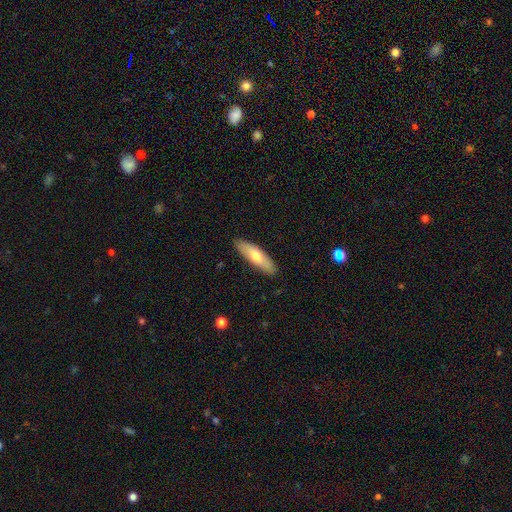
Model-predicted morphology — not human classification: Smooth or featured? smooth (64%)
How rounded? cigar-shaped (58%)
Merging? none (88%)